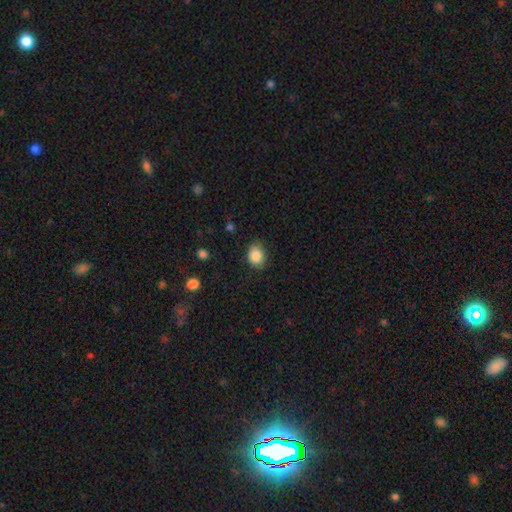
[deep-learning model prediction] Q: Smooth or featured?
A: smooth (87%); runner-up: star or artifact (9%)
Q: How rounded?
A: in between (52%); runner-up: round (47%)
Q: Merging?
A: none (76%); runner-up: minor disturbance (19%)